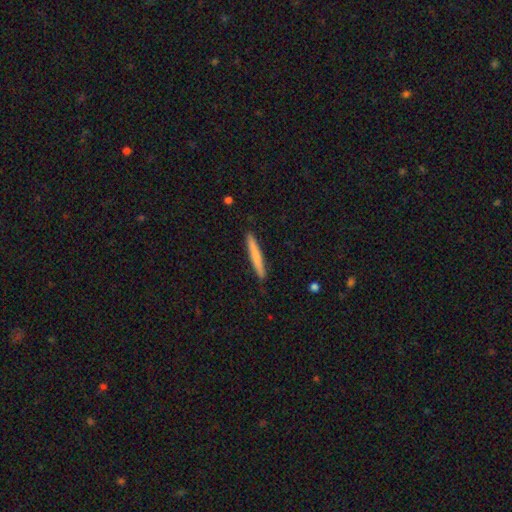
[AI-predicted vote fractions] The model was most divided on "smooth or featured": smooth: 71%, featured or disk: 24%, star or artifact: 5%. More confident: how rounded — cigar-shaped (96%); merging — none (90%).